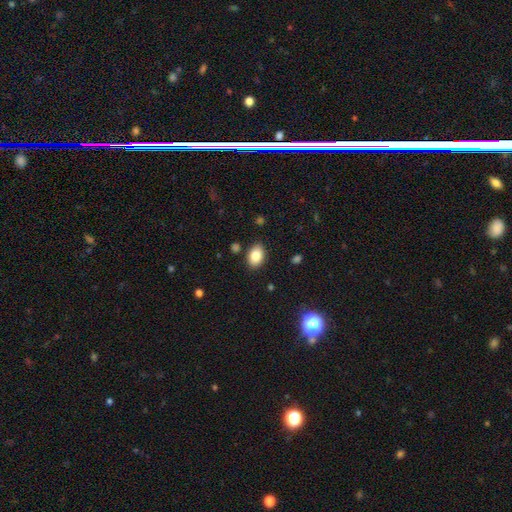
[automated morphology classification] Q: Smooth or featured?
A: smooth (85%); runner-up: star or artifact (8%)
Q: How rounded?
A: in between (83%); runner-up: round (15%)
Q: Merging?
A: none (86%); runner-up: minor disturbance (9%)